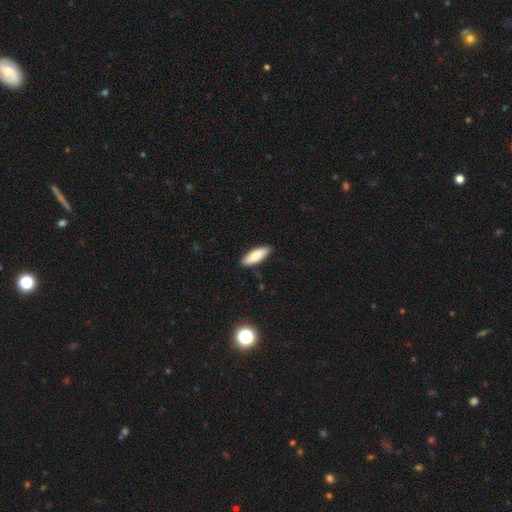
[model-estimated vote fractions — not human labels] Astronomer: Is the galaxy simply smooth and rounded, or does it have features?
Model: smooth — 82%.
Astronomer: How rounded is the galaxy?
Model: in between — 65%.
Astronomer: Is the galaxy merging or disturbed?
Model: none — 88%.